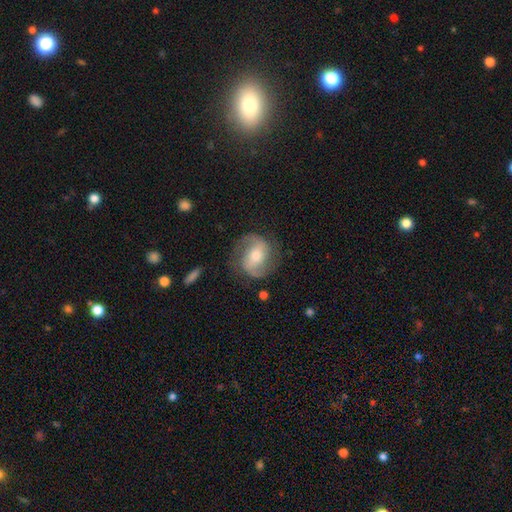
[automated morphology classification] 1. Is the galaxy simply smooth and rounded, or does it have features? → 77% featured or disk, 17% smooth, 6% star or artifact.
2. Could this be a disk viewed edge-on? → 97% no, 3% yes.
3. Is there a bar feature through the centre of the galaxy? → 39% weak, 33% strong, 28% no.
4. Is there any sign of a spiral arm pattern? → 92% yes, 8% no.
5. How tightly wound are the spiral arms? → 48% medium, 29% loose, 23% tight.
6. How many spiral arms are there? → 89% 2, 5% can't tell, 3% 1, 1% 3, 1% 4, 1% more than 4.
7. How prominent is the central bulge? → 57% moderate, 33% small, 6% large, 2% none, 1% dominant.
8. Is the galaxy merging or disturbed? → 76% none, 15% minor disturbance, 8% major disturbance, 1% merger.